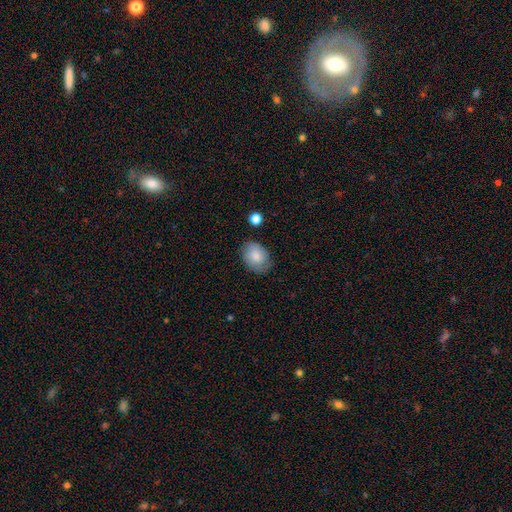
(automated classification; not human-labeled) The model was most divided on "how rounded": in between: 72%, round: 27%, cigar-shaped: 1%. More confident: merging — none (77%); smooth or featured — smooth (76%).